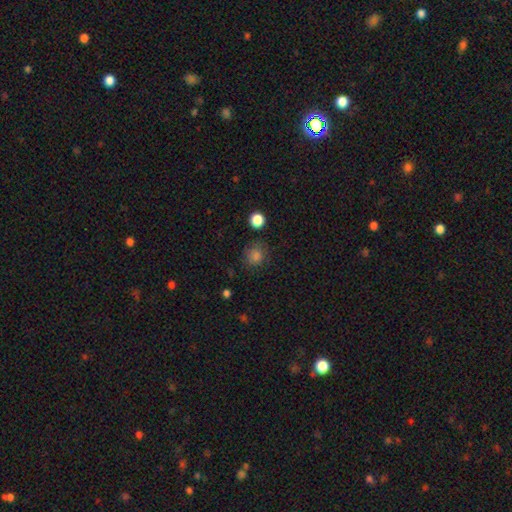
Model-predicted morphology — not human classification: Overall: smooth (79%). How rounded: round (83%). Merging: none (81%).